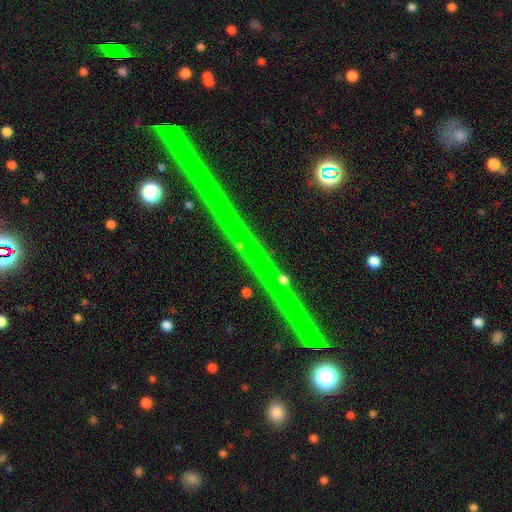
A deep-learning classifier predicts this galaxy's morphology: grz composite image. It shows a star or artifact, not a galaxy (76%).